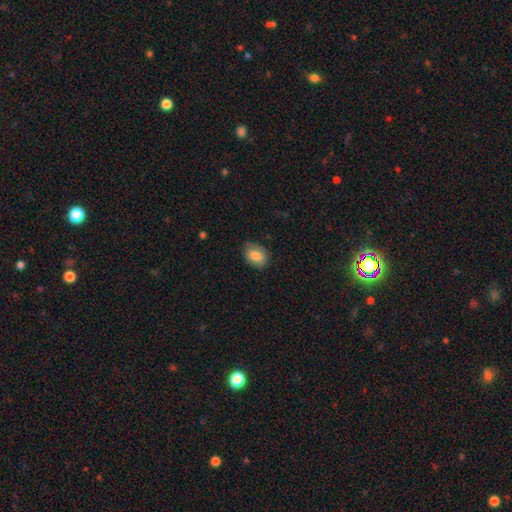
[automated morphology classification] Smooth or featured: smooth — 81% (featured or disk — 11%)
How rounded: in between — 71% (round — 28%)
Merging: none — 73% (minor disturbance — 22%)